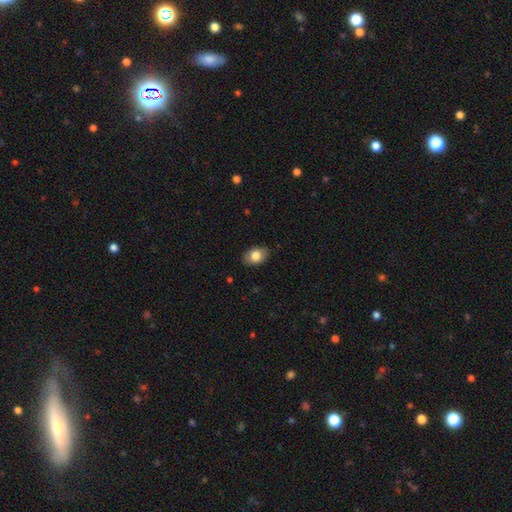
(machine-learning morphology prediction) Smooth or featured? smooth (78%)
How rounded? in between (85%)
Merging? none (85%)